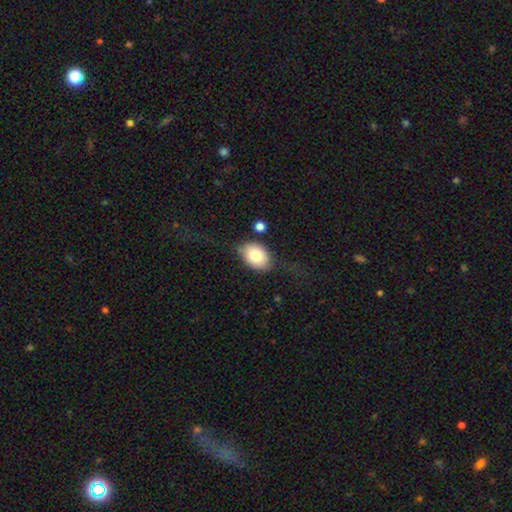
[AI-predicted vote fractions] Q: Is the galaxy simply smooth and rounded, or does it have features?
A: smooth — 77%.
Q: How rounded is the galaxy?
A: in between — 75%.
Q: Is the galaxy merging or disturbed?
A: none — 63%.